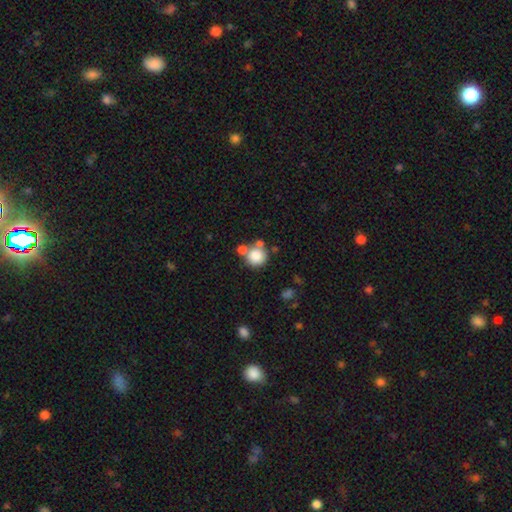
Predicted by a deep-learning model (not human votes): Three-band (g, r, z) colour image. It shows a smooth galaxy with no disk features (82%) that is round (91%). Merging: none (59%).